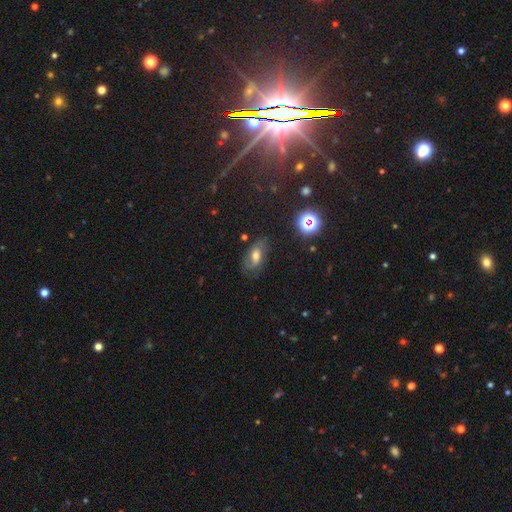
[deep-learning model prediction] Morphology: type=featured or disk (52%); edge-on=no (91%); merging=none (65%).